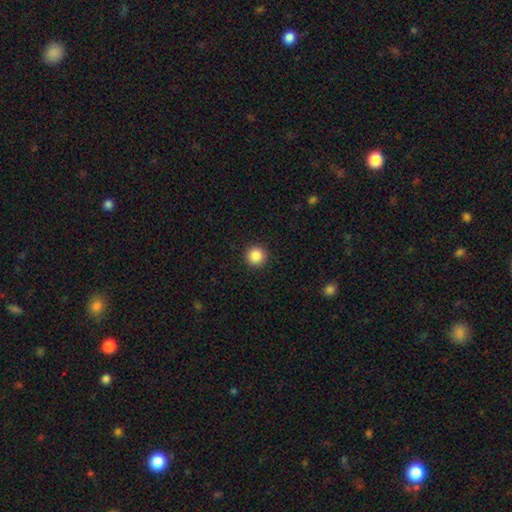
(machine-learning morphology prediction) Smooth or featured? smooth (87%)
How rounded? round (96%)
Merging? none (93%)